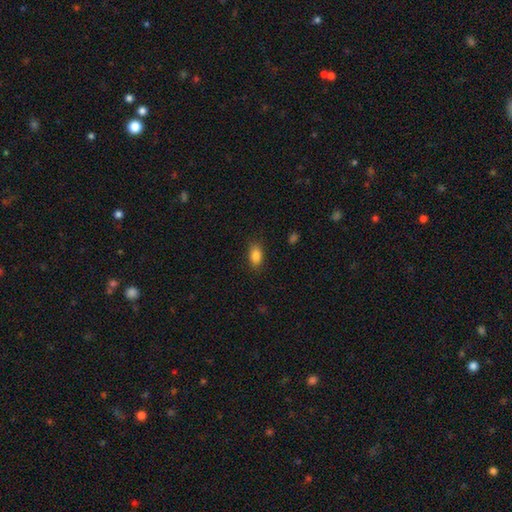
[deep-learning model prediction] This is clearly a smooth galaxy (85%). How rounded: clearly in between (86%). Merging: clearly none (83%).